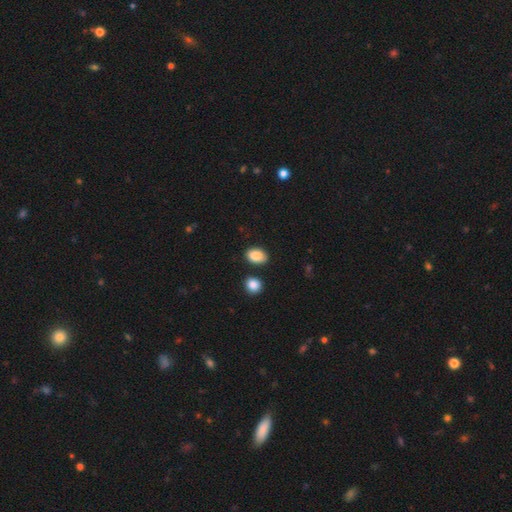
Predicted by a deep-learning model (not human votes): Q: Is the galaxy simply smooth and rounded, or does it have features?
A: smooth — 88%.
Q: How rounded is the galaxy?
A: in between — 81%.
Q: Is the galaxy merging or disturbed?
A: none — 78%.